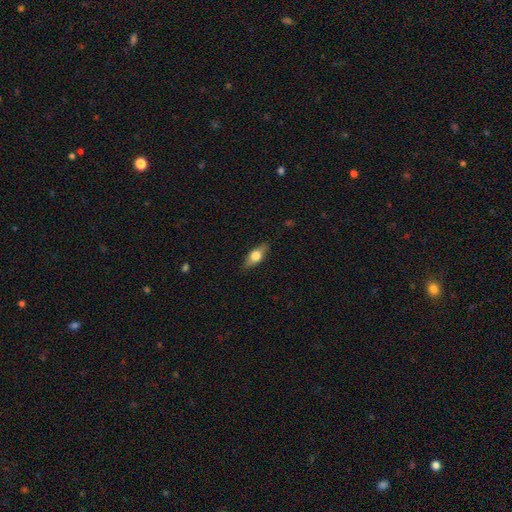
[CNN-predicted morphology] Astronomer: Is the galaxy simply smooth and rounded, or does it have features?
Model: smooth — 61%.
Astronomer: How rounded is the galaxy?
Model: in between — 72%.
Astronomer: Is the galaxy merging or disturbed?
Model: none — 85%.